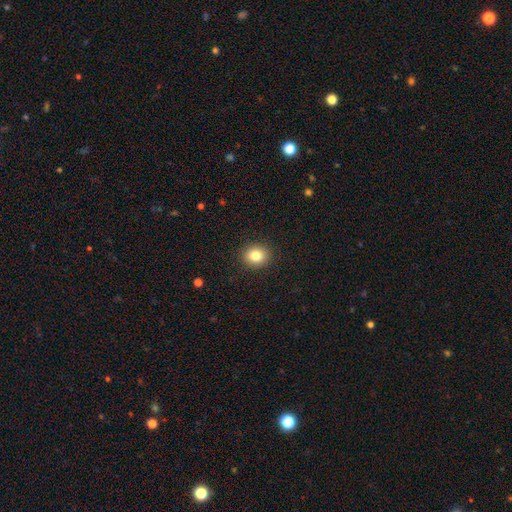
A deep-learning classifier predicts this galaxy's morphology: Smooth or featured? smooth (82%)
How rounded? round (72%)
Merging? none (91%)